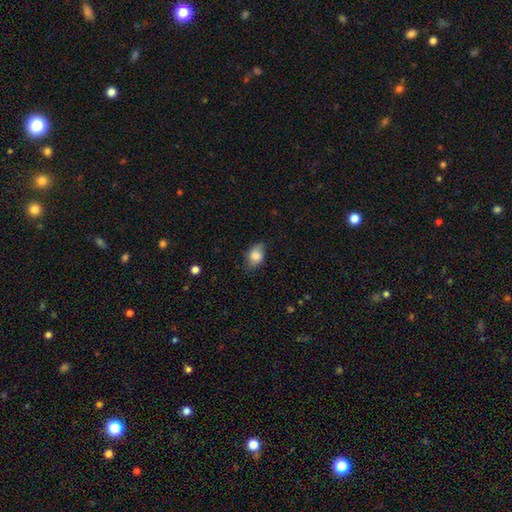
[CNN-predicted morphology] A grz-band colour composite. It shows a smooth galaxy with no disk features (81%) that is in between round and cigar-shaped (77%). Merging: none (65%).